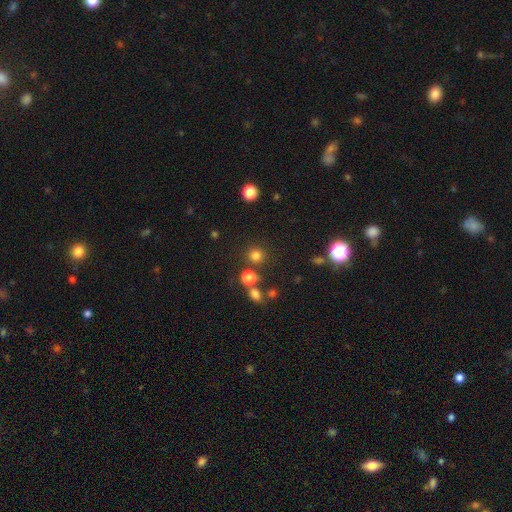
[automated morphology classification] type=smooth (77%); roundness=round (91%); merging=none (77%).